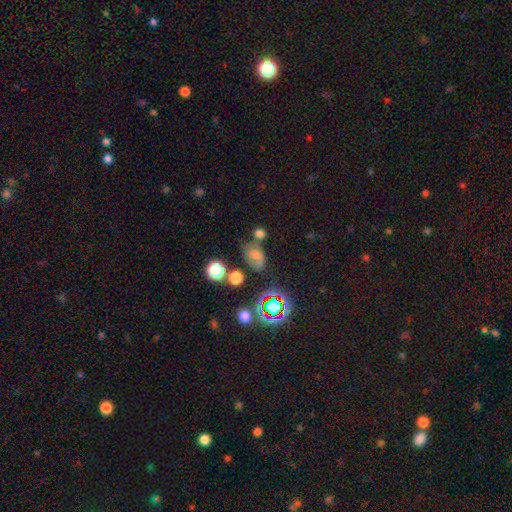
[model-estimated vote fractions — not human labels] A smooth galaxy with no disk features (57%) that is in between round and cigar-shaped (71%). Merging: none (42%).